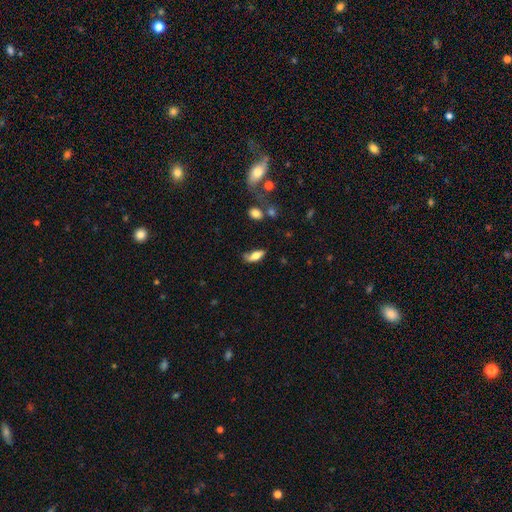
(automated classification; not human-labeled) smooth-or-featured: smooth: 69% | featured or disk: 24% | star or artifact: 7%
  how-rounded: in between: 72% | cigar-shaped: 25% | round: 3%
  merging: none: 57% | minor disturbance: 29% | major disturbance: 10% | merger: 5%